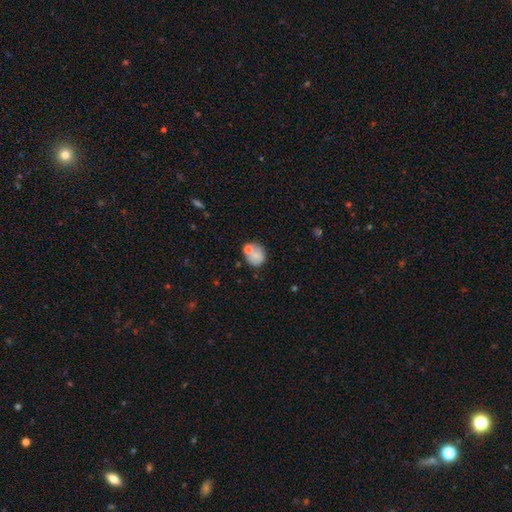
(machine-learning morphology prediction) smooth 70%, featured or disk 20%, star or artifact 9%. Down the decision tree: how rounded — round (71%); merging — none (57%).